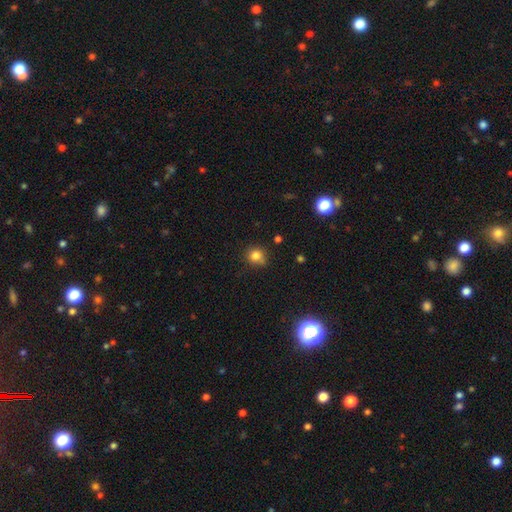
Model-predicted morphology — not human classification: Smooth or featured? smooth (80%)
How rounded? round (82%)
Merging? none (71%)